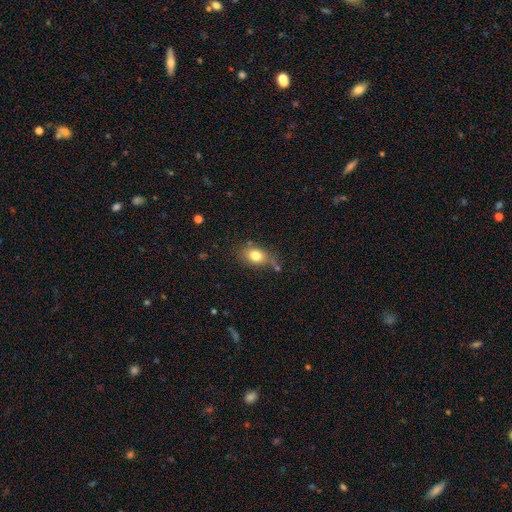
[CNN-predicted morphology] A smooth galaxy with no disk features (78%) that is in between round and cigar-shaped (65%).

Vote fractions:
- Smooth or featured? smooth: 78% / featured or disk: 12% / star or artifact: 10%
- How rounded? in between: 65% / round: 33% / cigar-shaped: 2%
- Merging? none: 62% / minor disturbance: 22% / merger: 8% / major disturbance: 7%